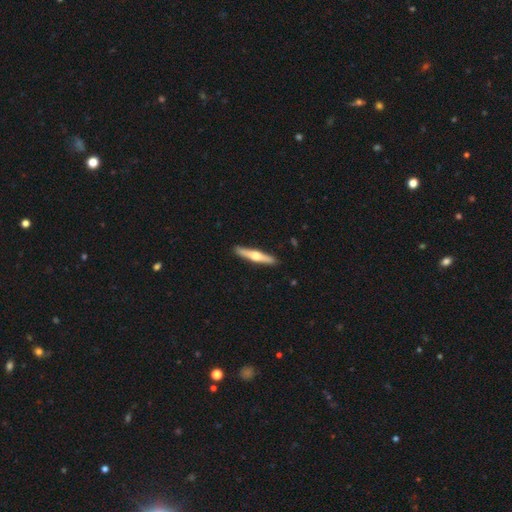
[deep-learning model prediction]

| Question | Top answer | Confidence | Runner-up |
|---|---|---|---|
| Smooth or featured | featured or disk | 59% | smooth (36%) |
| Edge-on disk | yes | 96% | no (4%) |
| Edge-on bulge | rounded | 93% | boxy (4%) |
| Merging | none | 91% | minor disturbance (7%) |